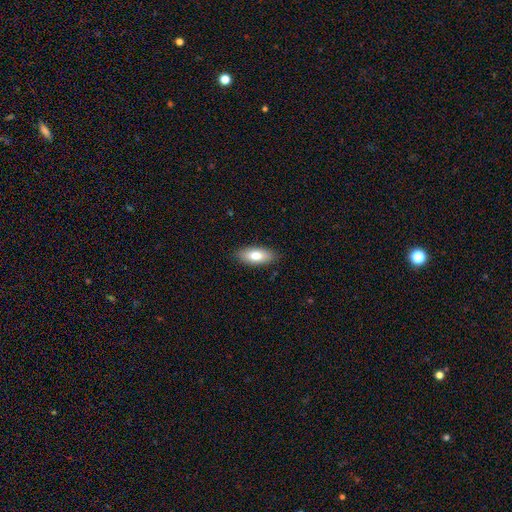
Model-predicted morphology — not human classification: Smooth or featured? smooth (79%)
How rounded? in between (83%)
Merging? none (86%)